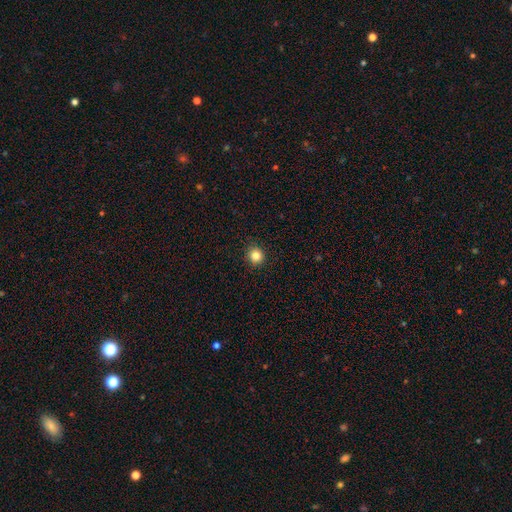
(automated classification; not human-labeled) The model was most divided on "smooth or featured": smooth: 84%, star or artifact: 12%, featured or disk: 4%. More confident: merging — none (91%); how rounded — round (91%).